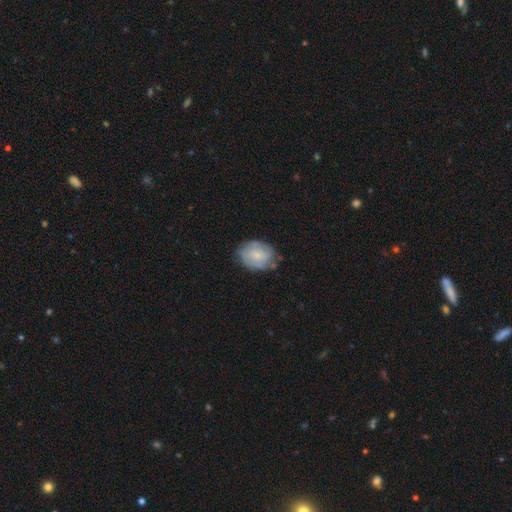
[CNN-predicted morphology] smooth-or-featured: smooth: 50% | featured or disk: 43% | star or artifact: 7%
  how-rounded: in between: 59% | round: 40% | cigar-shaped: 1%
  merging: none: 68% | minor disturbance: 23% | major disturbance: 7% | merger: 2%